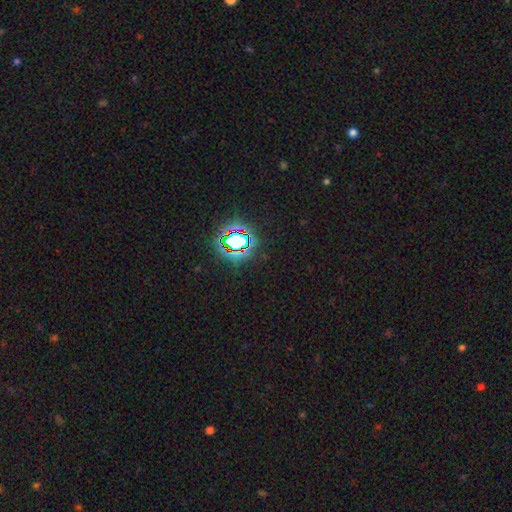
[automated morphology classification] The model was most divided on "smooth or featured": star or artifact: 80%, smooth: 13%, featured or disk: 7%.